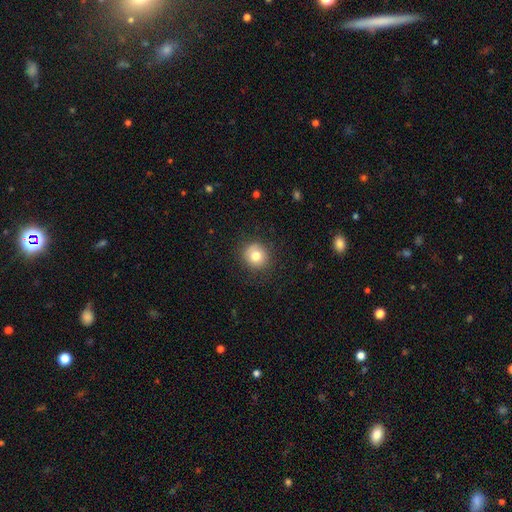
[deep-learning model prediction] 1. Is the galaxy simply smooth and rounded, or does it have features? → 78% smooth, 11% featured or disk, 11% star or artifact.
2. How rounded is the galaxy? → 90% round, 9% in between, 1% cigar-shaped.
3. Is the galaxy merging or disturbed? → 86% none, 10% minor disturbance, 3% major disturbance, 1% merger.